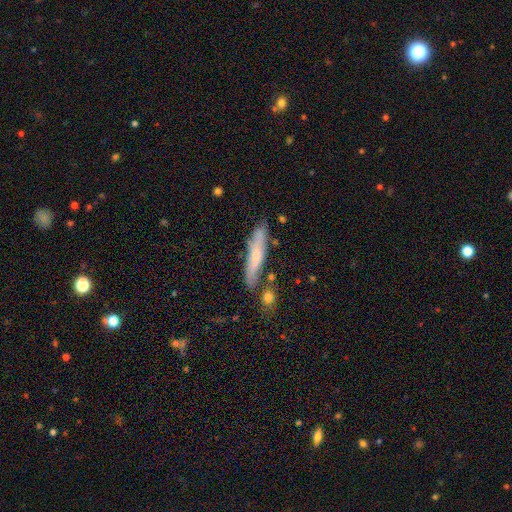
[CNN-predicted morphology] This appears to be a smooth galaxy with no disk features (54%) that is cigar-shaped (87%). Merging: none (76%).